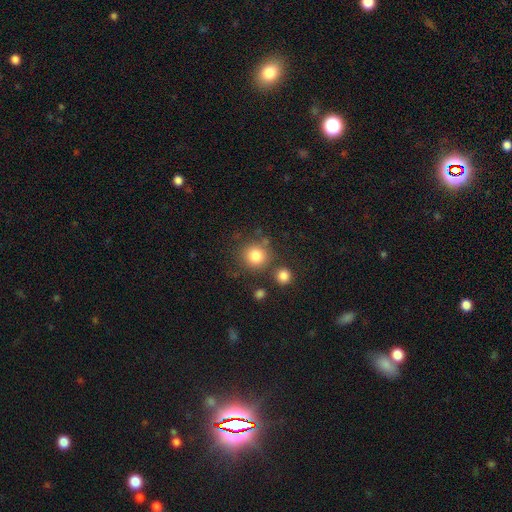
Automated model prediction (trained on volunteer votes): This appears to be a smooth galaxy with no disk features (81%) that is round (91%). Merging: none (77%).